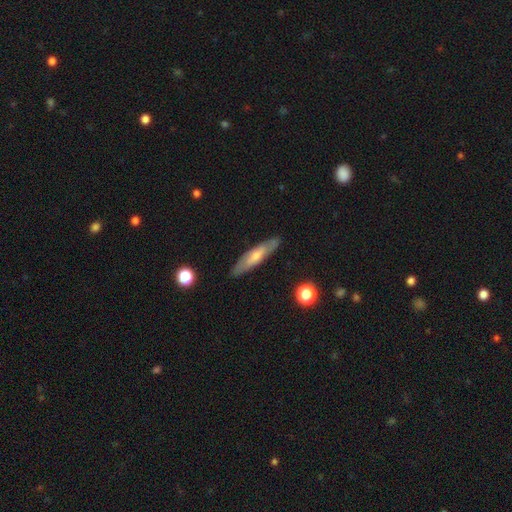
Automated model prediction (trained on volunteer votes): Smooth or featured?
  - featured or disk: 50% *
  - smooth: 44%
  - star or artifact: 6%
Merging?
  - none: 85% *
  - minor disturbance: 11%
  - major disturbance: 2%
  - merger: 1%